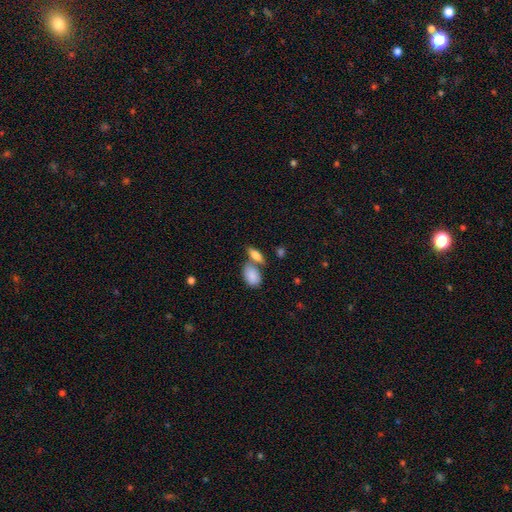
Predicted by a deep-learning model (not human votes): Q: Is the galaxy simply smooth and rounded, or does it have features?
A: smooth — 81%.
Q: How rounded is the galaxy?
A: in between — 81%.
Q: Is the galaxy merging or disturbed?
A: none — 45%.